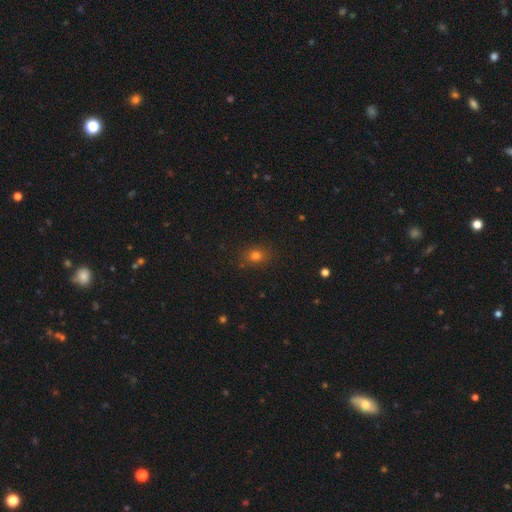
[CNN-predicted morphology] Smooth or featured: smooth — 75% (star or artifact — 18%)
How rounded: round — 56% (in between — 42%)
Merging: none — 85% (minor disturbance — 11%)